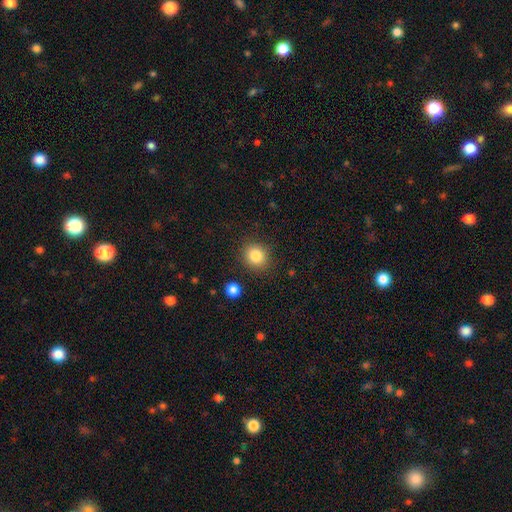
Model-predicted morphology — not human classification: smooth_or_featured: smooth (p=0.84) [alt: star or artifact p=0.10]
how_rounded: round (p=0.79) [alt: in between p=0.20]
merging: none (p=0.87) [alt: minor disturbance p=0.08]